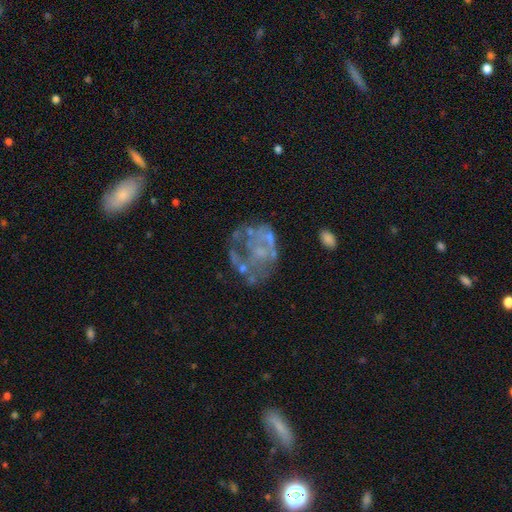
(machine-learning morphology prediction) Smooth or featured? featured or disk (69%)
Edge-on disk? no (98%)
Bar? no (91%)
Spiral arms? no (86%)
Bulge size? none (68%)
Merging? none (41%)